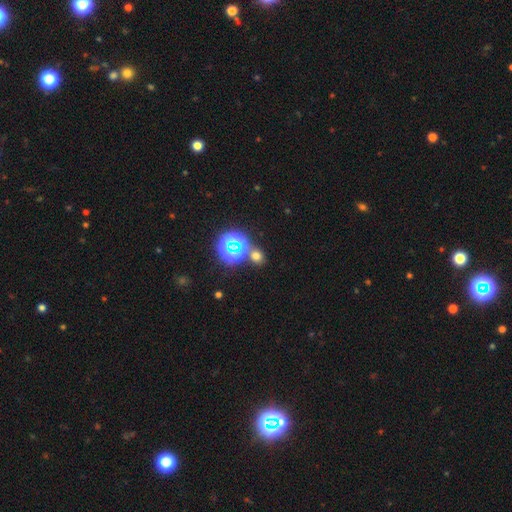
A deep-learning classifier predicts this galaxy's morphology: smooth_or_featured: smooth (p=0.59) [alt: star or artifact p=0.34]
how_rounded: round (p=0.74) [alt: in between p=0.25]
merging: none (p=0.74) [alt: merger p=0.14]